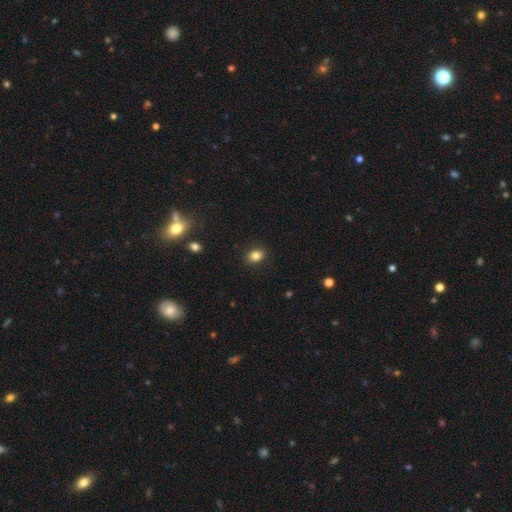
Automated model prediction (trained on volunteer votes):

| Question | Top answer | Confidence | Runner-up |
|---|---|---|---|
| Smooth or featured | smooth | 83% | star or artifact (11%) |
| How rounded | in between | 54% | round (45%) |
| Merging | none | 89% | minor disturbance (8%) |